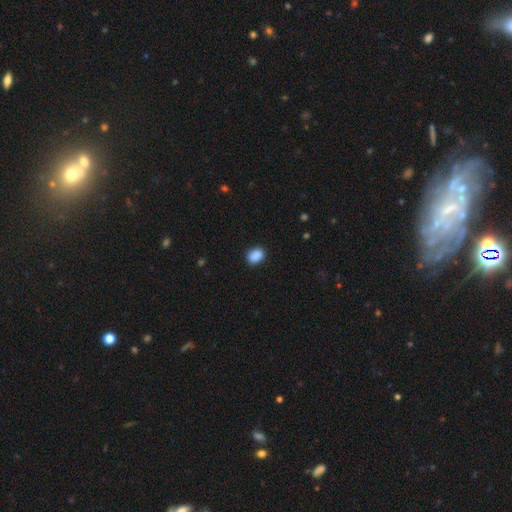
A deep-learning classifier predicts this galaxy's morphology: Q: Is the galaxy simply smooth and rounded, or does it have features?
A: smooth — 89%.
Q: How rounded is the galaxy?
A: in between — 71%.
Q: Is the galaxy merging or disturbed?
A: none — 86%.